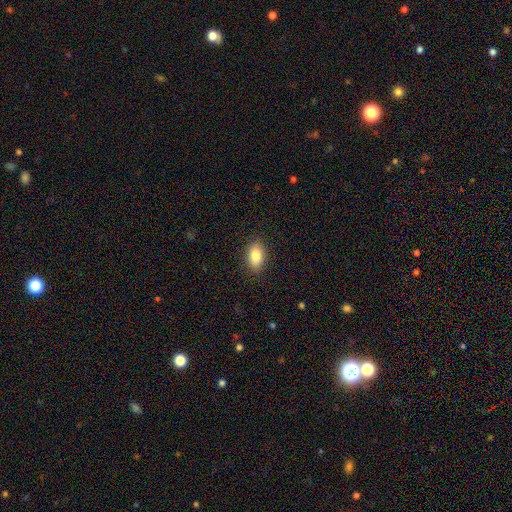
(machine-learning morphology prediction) A smooth galaxy with no disk features (85%) that is in between round and cigar-shaped (89%). Merging: none (88%).